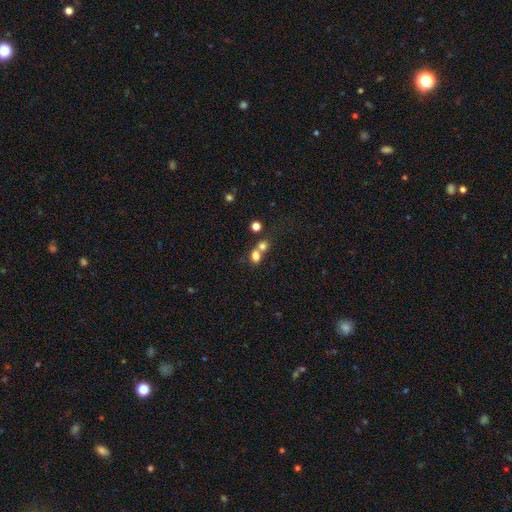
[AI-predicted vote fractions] smooth_or_featured: smooth (p=0.76) [alt: star or artifact p=0.13]
how_rounded: round (p=0.53) [alt: in between p=0.46]
merging: merger (p=0.56) [alt: none p=0.33]